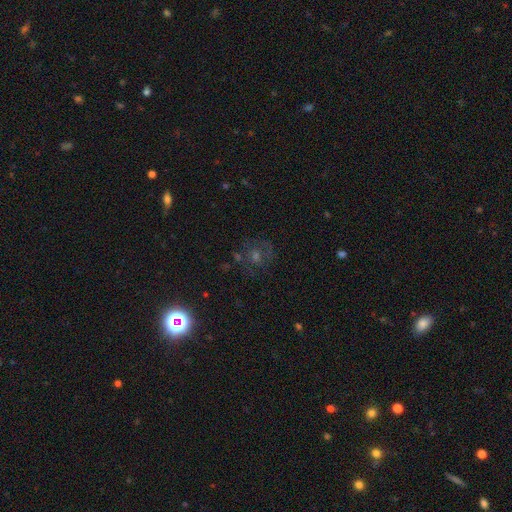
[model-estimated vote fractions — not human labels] This appears to be a star or artifact, not a galaxy (41%).